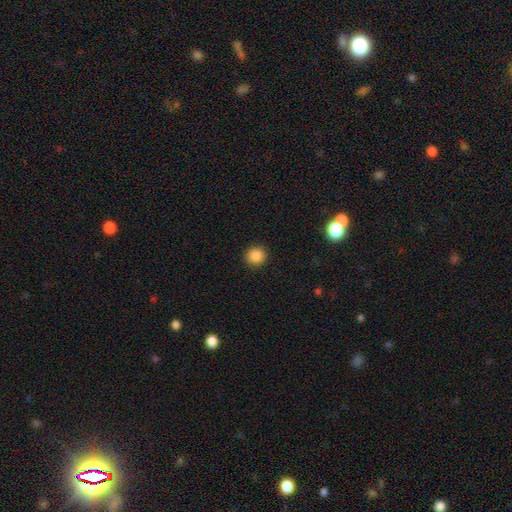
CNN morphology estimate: type=smooth (86%); roundness=round (93%); merging=none (92%).